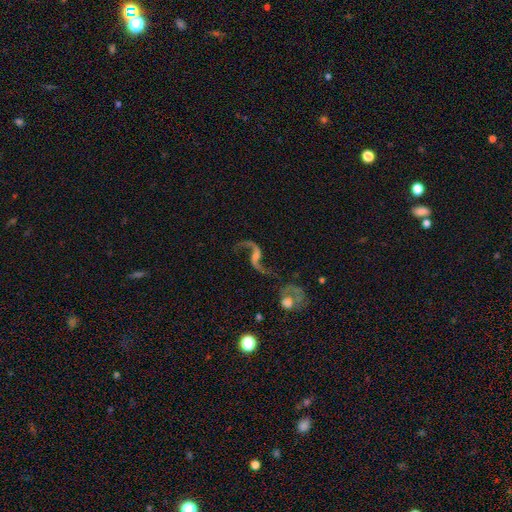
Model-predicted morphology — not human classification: type=featured or disk (88%); edge-on=no (97%); bar=no (41%, tied with weak); spiral arms=yes (96%); winding=loose (93%); arm count=2 (92%); bulge=none (42%); merging=none (59%).